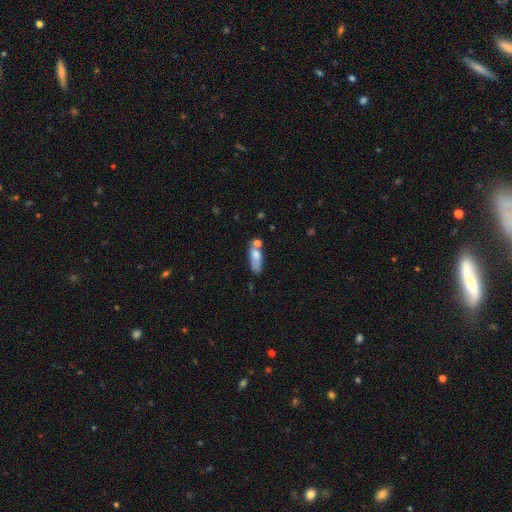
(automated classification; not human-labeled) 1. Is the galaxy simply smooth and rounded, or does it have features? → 71% smooth, 20% featured or disk, 8% star or artifact.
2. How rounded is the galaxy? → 61% in between, 34% cigar-shaped, 4% round.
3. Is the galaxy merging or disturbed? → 43% none, 25% merger, 22% minor disturbance, 10% major disturbance.